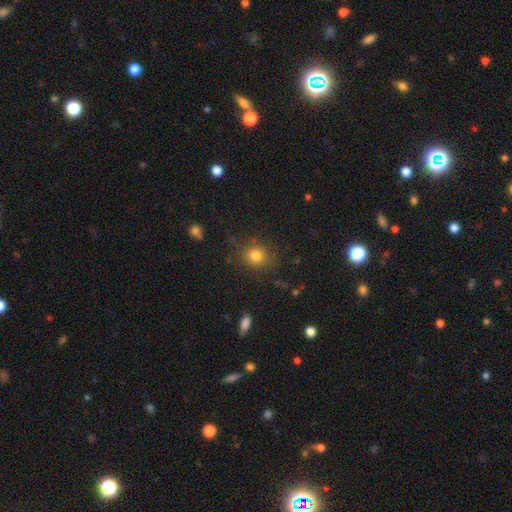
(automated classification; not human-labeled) smooth 80%, star or artifact 13%, featured or disk 7%. Down the decision tree: how rounded — round (77%); merging — none (82%).